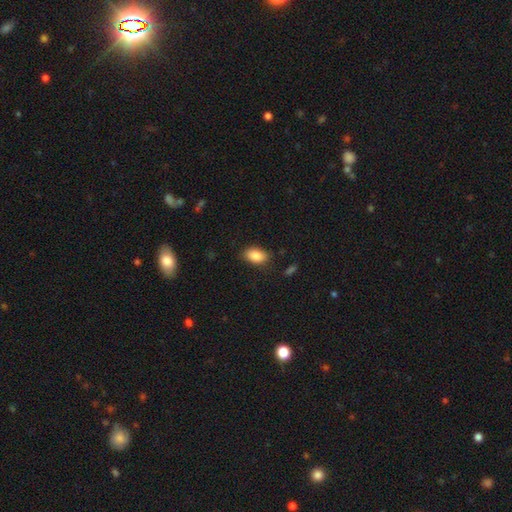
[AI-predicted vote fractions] This is clearly a smooth galaxy (87%). How rounded: clearly in between (90%). Merging: clearly none (82%).